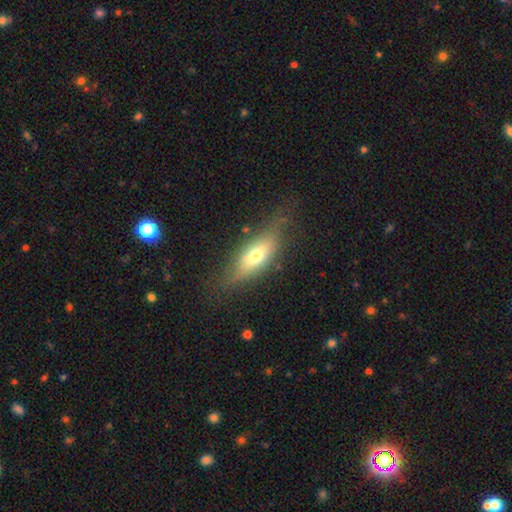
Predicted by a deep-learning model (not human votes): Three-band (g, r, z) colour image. It shows a smooth galaxy with no disk features (50%) that is in between round and cigar-shaped (58%). Merging: none (72%).